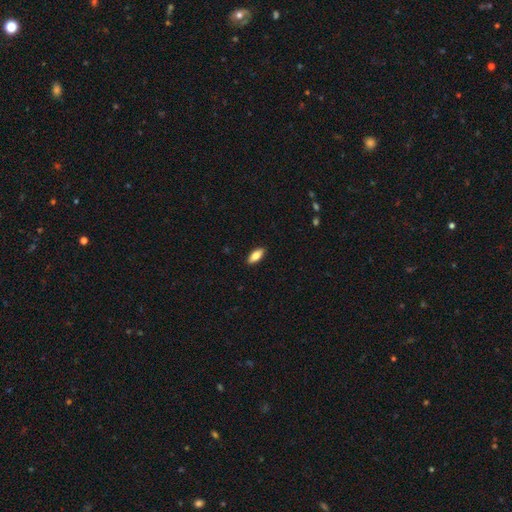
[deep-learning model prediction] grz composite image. It shows a smooth galaxy with no disk features (79%) that is in between round and cigar-shaped (82%). Merging: none (90%).